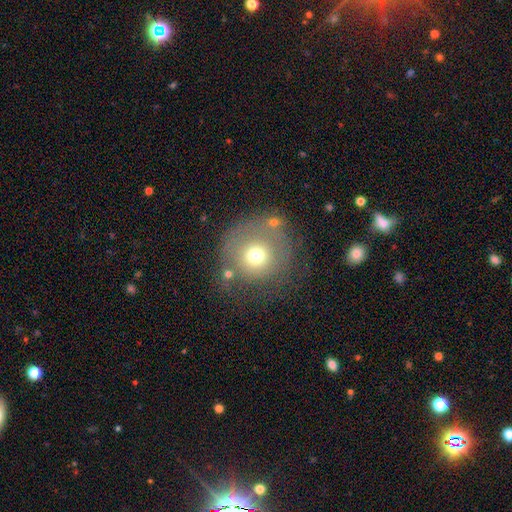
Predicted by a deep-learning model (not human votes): A smooth galaxy with no disk features (64%) that is round (92%). Merging: none (54%).